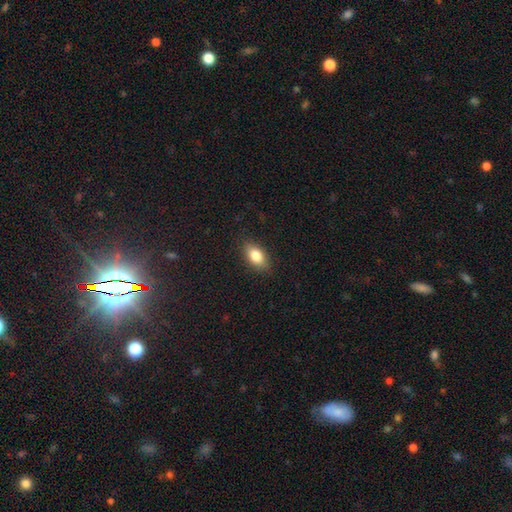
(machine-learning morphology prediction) smooth-or-featured: smooth: 81% | featured or disk: 11% | star or artifact: 8%
  how-rounded: in between: 87% | round: 7% | cigar-shaped: 6%
  merging: none: 86% | minor disturbance: 11% | major disturbance: 3% | merger: 1%